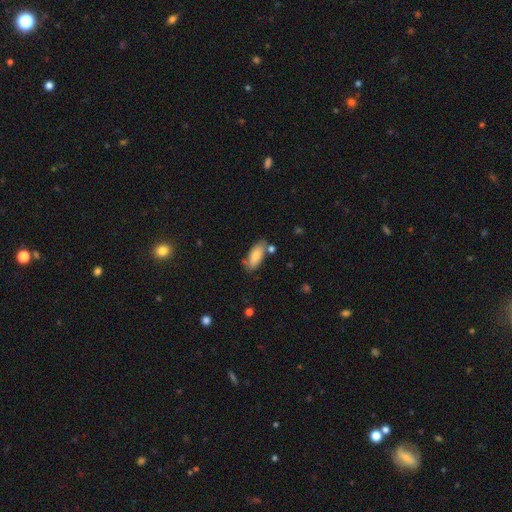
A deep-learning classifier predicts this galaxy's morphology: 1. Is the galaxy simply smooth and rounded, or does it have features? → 79% smooth, 14% featured or disk, 7% star or artifact.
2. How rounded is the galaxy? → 84% in between, 13% cigar-shaped, 2% round.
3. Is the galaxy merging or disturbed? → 68% none, 18% minor disturbance, 9% merger, 4% major disturbance.